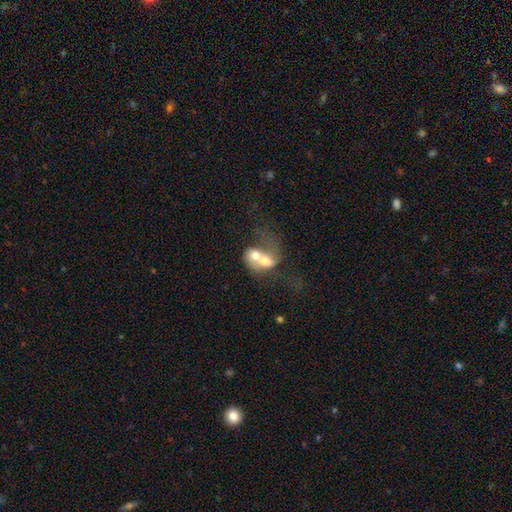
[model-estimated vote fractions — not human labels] This appears to be a smooth galaxy with no disk features (53%) that is in between round and cigar-shaped (53%). Merging: merger (80%).